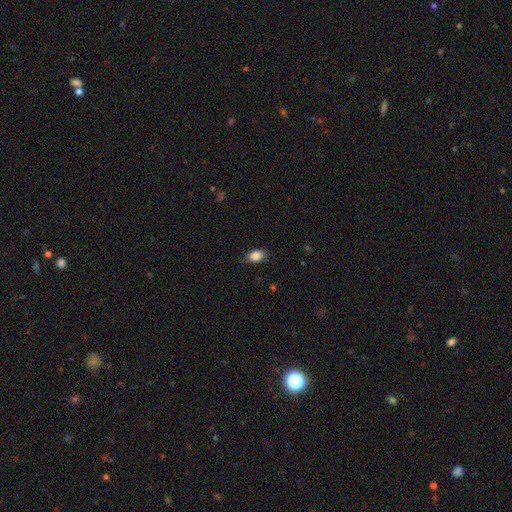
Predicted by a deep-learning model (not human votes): Smooth or featured? smooth (87%)
How rounded? in between (87%)
Merging? none (84%)